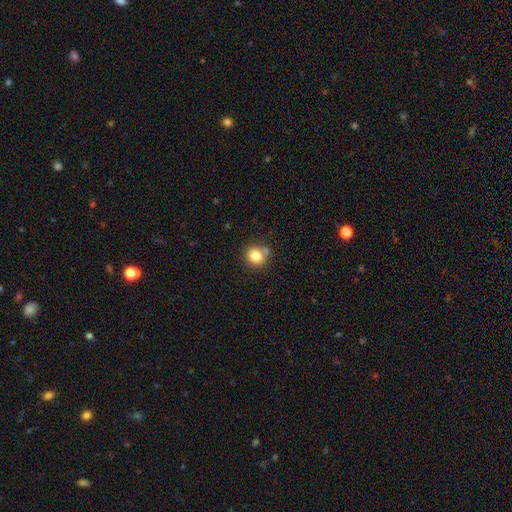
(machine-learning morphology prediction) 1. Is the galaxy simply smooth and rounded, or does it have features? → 82% smooth, 11% star or artifact, 7% featured or disk.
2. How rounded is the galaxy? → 84% round, 15% in between, 1% cigar-shaped.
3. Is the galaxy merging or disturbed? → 72% none, 13% merger, 12% minor disturbance, 3% major disturbance.